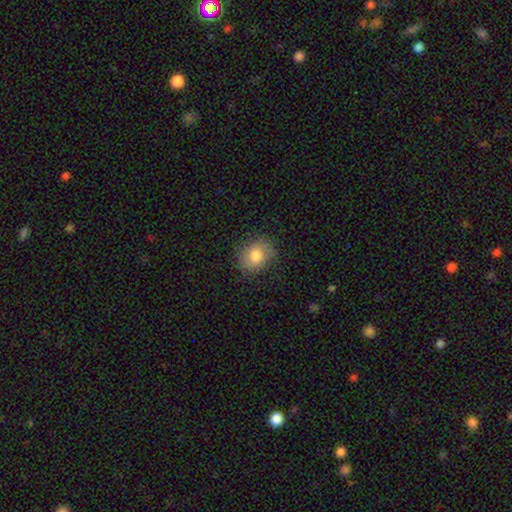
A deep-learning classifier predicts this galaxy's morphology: smooth 79%, featured or disk 12%, star or artifact 9%. Down the decision tree: how rounded — round (50%); merging — none (80%).